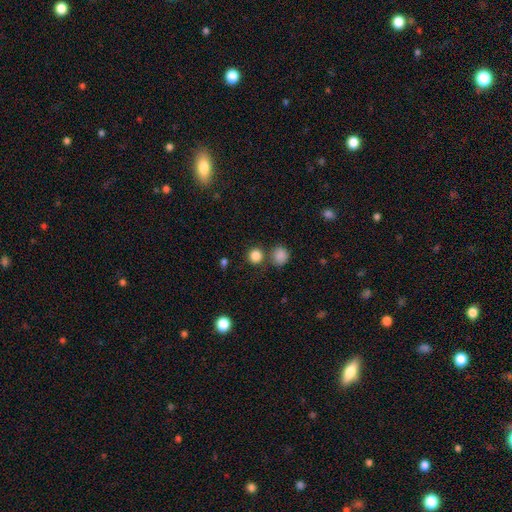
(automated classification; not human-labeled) Morphology: type=smooth (84%); roundness=round (87%); merging=none (71%).